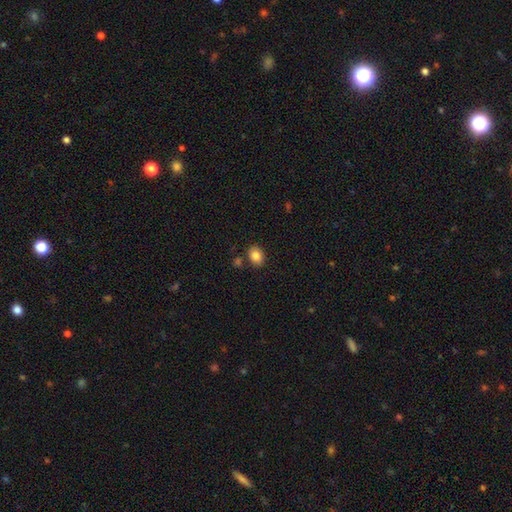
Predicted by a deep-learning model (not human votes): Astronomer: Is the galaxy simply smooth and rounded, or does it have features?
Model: smooth — 85%.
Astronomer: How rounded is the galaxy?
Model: in between — 64%.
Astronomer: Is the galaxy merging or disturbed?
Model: none — 83%.